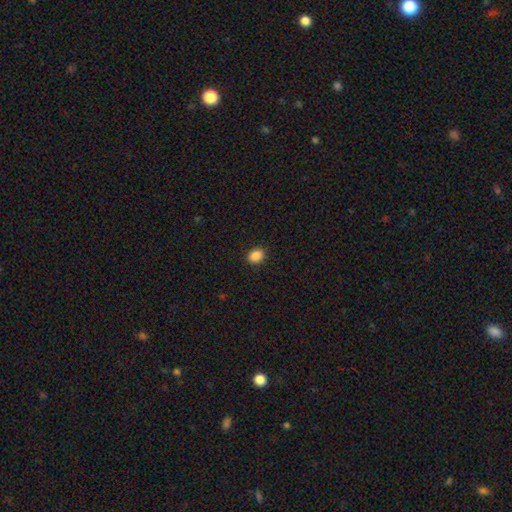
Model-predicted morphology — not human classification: This is clearly a smooth galaxy (88%). How rounded: likely in between (61%). Merging: clearly none (89%).